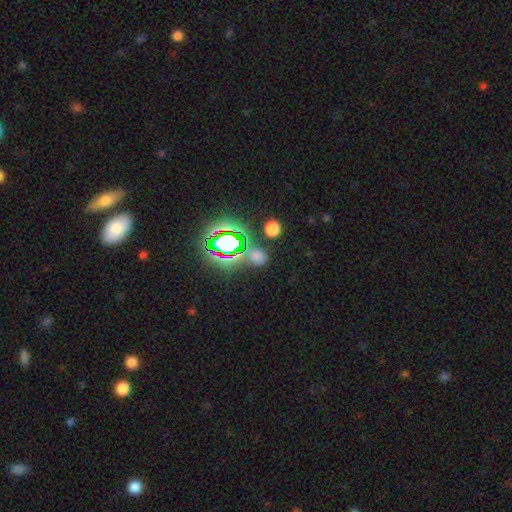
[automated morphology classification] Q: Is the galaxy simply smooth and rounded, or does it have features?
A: smooth — 53%.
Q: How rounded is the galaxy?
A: round — 63%.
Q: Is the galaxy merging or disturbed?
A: none — 75%.